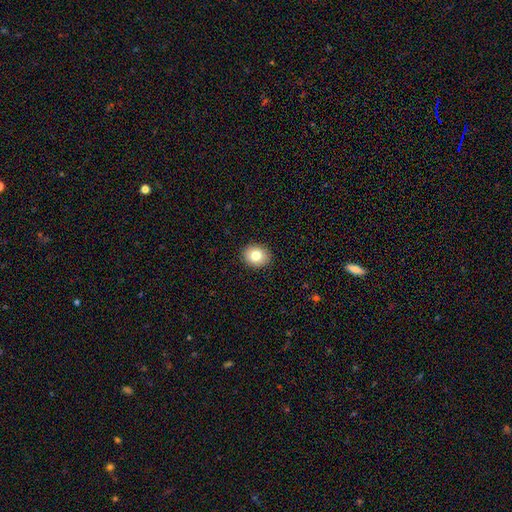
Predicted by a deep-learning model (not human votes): A smooth galaxy with no disk features (80%) that is round (62%). Merging: none (91%).